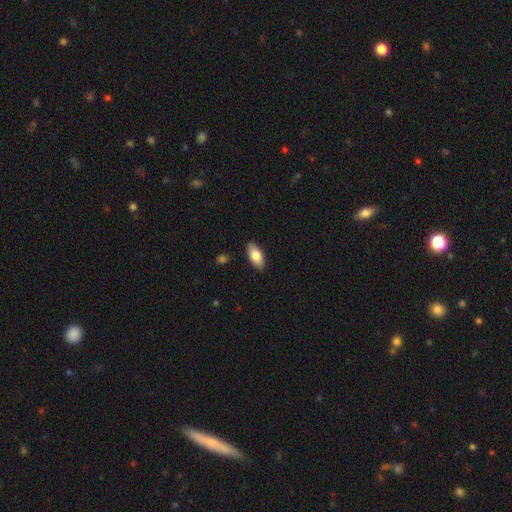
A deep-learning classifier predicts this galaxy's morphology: The model was most divided on "smooth or featured": smooth: 83%, featured or disk: 11%, star or artifact: 6%. More confident: how rounded — in between (91%); merging — none (88%).